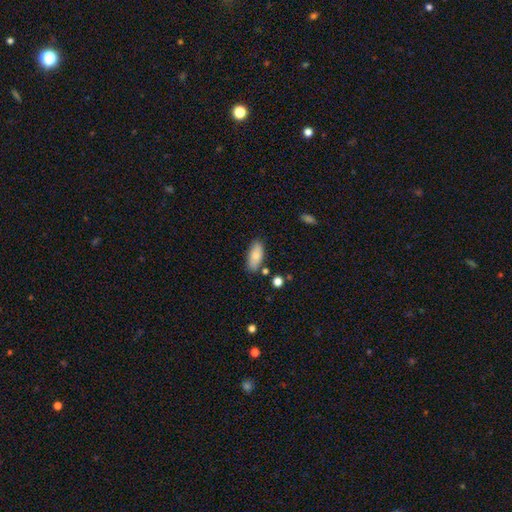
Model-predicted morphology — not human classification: smooth_or_featured: smooth (p=0.82) [alt: featured or disk p=0.11]
how_rounded: in between (p=0.85) [alt: cigar-shaped p=0.13]
merging: none (p=0.79) [alt: minor disturbance p=0.14]